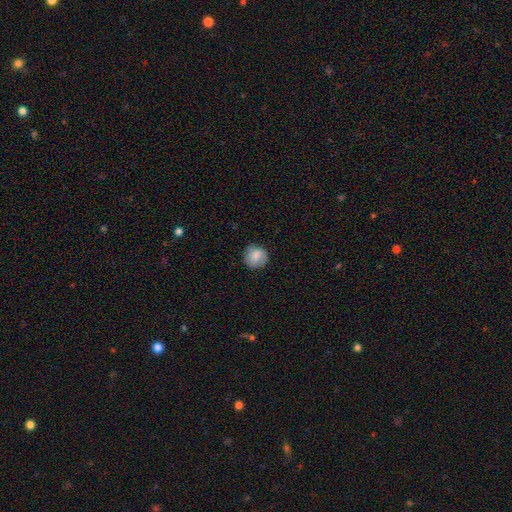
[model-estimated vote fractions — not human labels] A smooth galaxy with no disk features (82%) that is round (92%). Merging: none (85%).